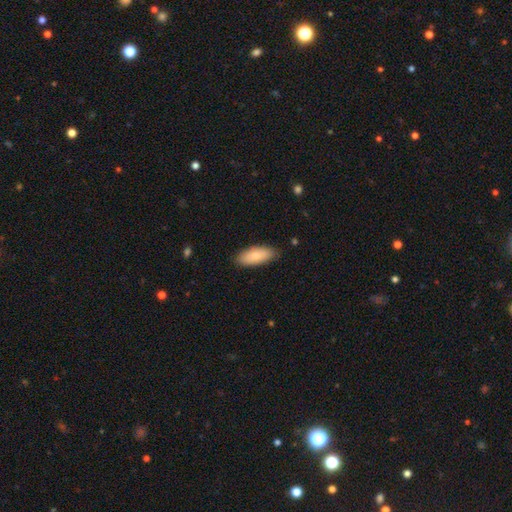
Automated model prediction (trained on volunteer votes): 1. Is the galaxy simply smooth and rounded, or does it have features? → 80% smooth, 14% featured or disk, 6% star or artifact.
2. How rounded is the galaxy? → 82% in between, 16% cigar-shaped, 2% round.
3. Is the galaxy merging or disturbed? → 84% none, 13% minor disturbance, 2% major disturbance, 1% merger.